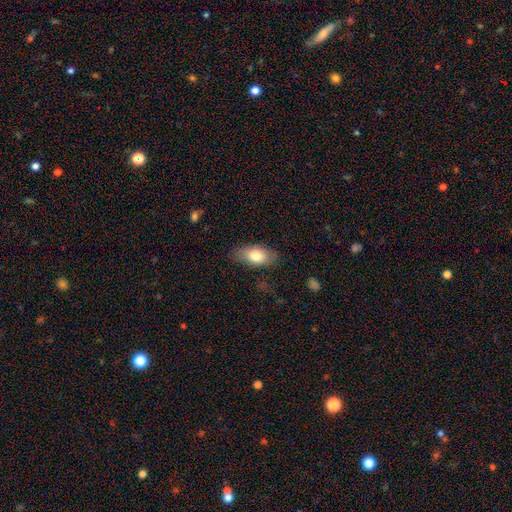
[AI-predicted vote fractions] Smooth or featured? smooth (77%)
How rounded? in between (89%)
Merging? none (81%)